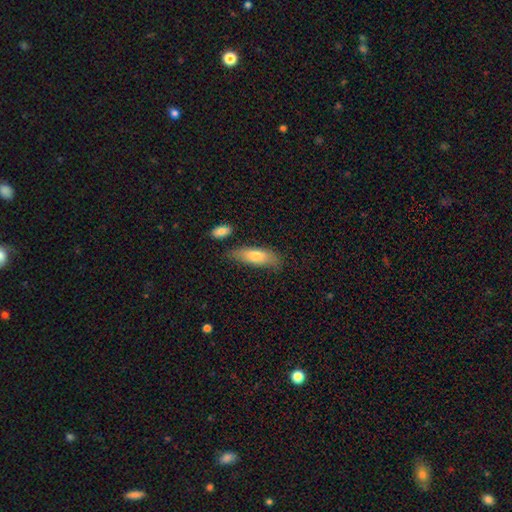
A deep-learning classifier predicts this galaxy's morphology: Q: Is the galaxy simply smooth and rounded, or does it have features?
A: smooth — 75%.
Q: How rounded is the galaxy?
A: in between — 60%.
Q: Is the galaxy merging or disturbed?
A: none — 68%.